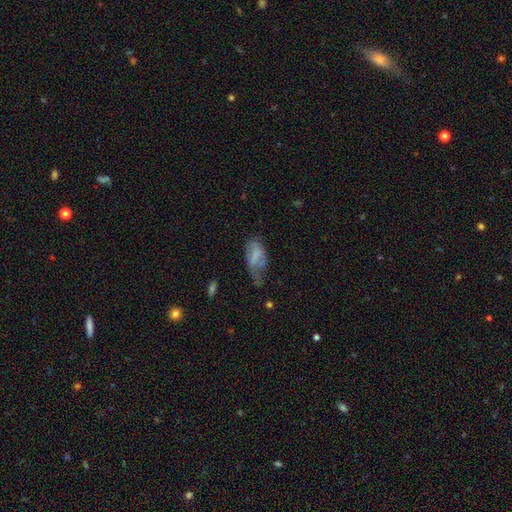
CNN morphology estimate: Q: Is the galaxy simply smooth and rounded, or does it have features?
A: smooth — 58%.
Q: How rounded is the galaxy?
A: in between — 89%.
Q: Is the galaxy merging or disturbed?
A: major disturbance — 36%.